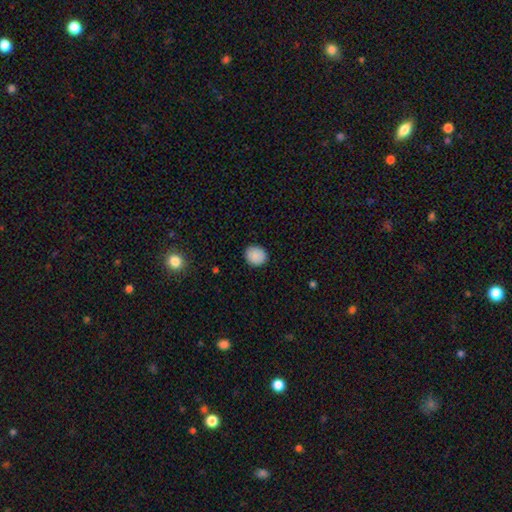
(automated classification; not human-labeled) Smooth or featured: smooth — 89% (star or artifact — 8%)
How rounded: round — 72% (in between — 27%)
Merging: none — 89% (minor disturbance — 8%)